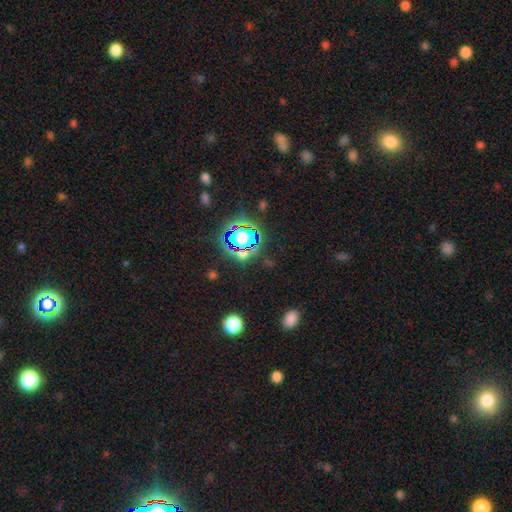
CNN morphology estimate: Smooth or featured? Predicted: star or artifact (p=0.78).